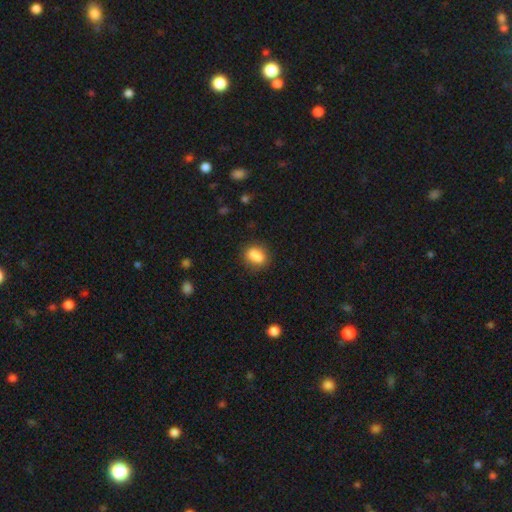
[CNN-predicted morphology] Smooth or featured? Predicted: smooth (p=0.83). How rounded? Predicted: in between (p=0.69). Merging? Predicted: none (p=0.68).